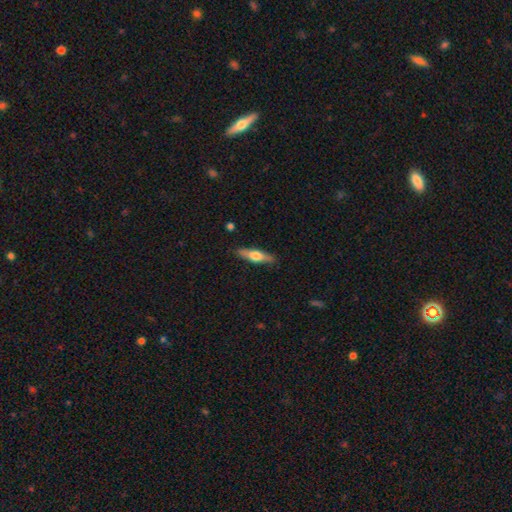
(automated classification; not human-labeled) Smooth or featured: featured or disk — 49% (smooth — 45%)
Merging: none — 88% (minor disturbance — 9%)